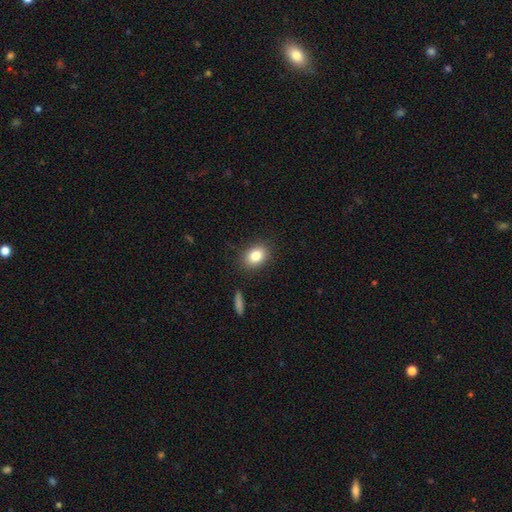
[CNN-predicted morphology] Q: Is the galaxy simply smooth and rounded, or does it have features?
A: smooth — 83%.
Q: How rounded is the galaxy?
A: in between — 70%.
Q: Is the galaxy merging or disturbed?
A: none — 86%.